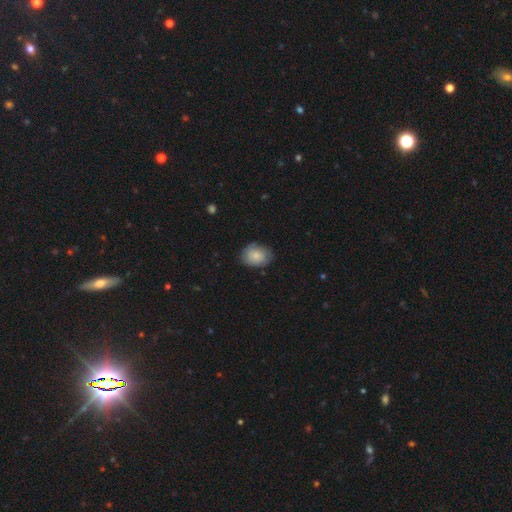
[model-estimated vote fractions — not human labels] Q: Smooth or featured?
A: smooth (75%); runner-up: featured or disk (18%)
Q: How rounded?
A: in between (61%); runner-up: round (38%)
Q: Merging?
A: none (73%); runner-up: minor disturbance (21%)